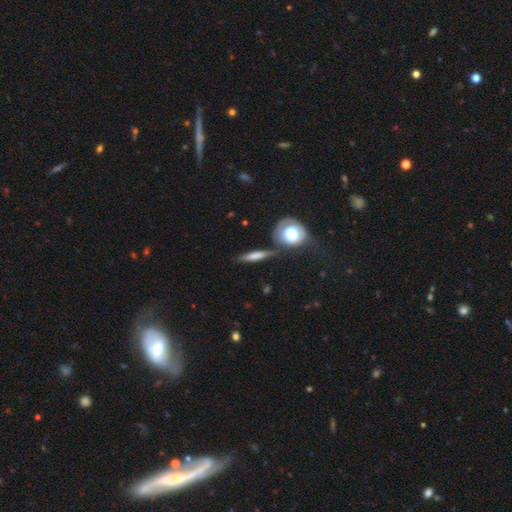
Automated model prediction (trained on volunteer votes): Morphology: type=smooth (62%); roundness=cigar-shaped (69%); merging=none (71%).